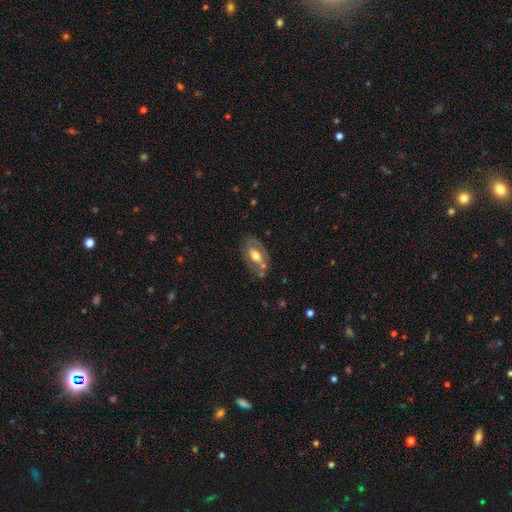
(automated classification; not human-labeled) The model was most divided on "smooth or featured": featured or disk: 54%, smooth: 40%, star or artifact: 7%. More confident: edge-on disk — no (88%); merging — none (60%).